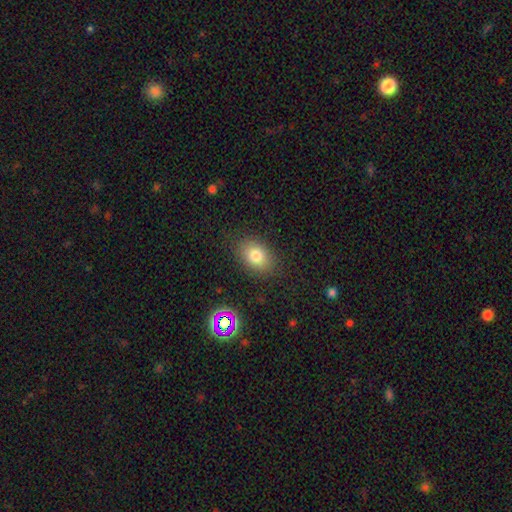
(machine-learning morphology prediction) smooth-or-featured: smooth: 78% | star or artifact: 11% | featured or disk: 10%
  how-rounded: in between: 73% | round: 25% | cigar-shaped: 1%
  merging: none: 84% | minor disturbance: 11% | major disturbance: 4% | merger: 1%